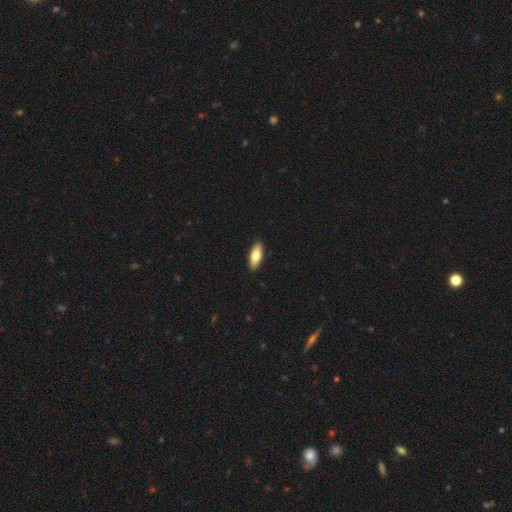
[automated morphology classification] The model was most divided on "how rounded": in between: 69%, cigar-shaped: 29%, round: 2%. More confident: merging — none (90%); smooth or featured — smooth (75%).